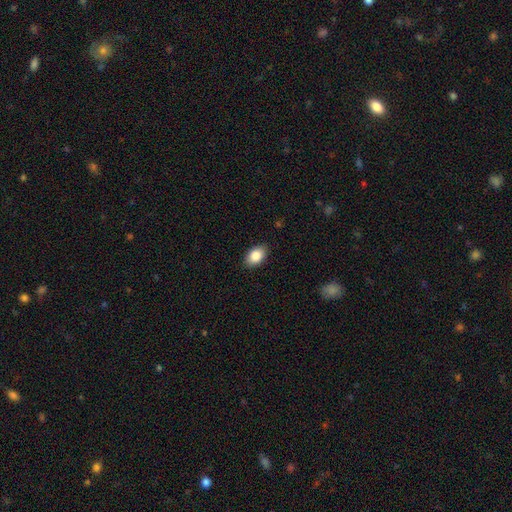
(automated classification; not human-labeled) smooth-or-featured: smooth: 86% | star or artifact: 7% | featured or disk: 6%
  how-rounded: in between: 89% | round: 10% | cigar-shaped: 1%
  merging: none: 87% | minor disturbance: 10% | major disturbance: 2% | merger: 1%